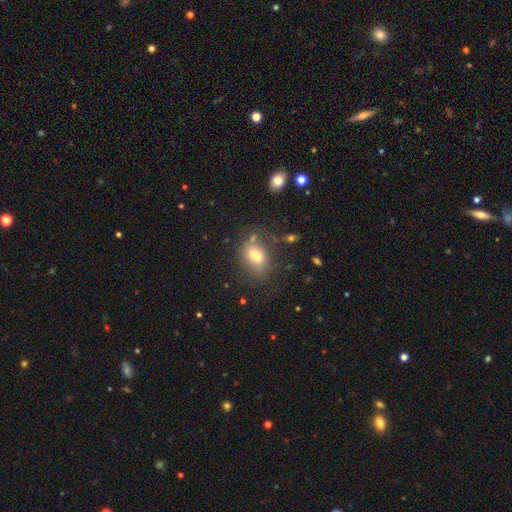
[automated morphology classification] smooth-or-featured: smooth: 74% | featured or disk: 15% | star or artifact: 11%
  how-rounded: in between: 72% | round: 26% | cigar-shaped: 2%
  merging: none: 66% | minor disturbance: 19% | major disturbance: 8% | merger: 7%